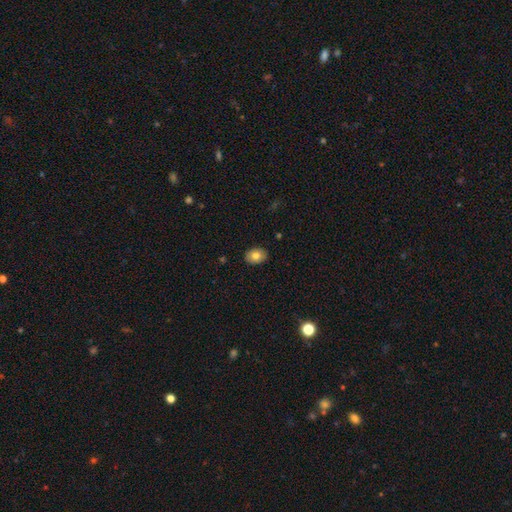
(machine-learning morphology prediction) This appears to be a smooth galaxy with no disk features (77%) that is in between round and cigar-shaped (72%). Merging: none (88%).